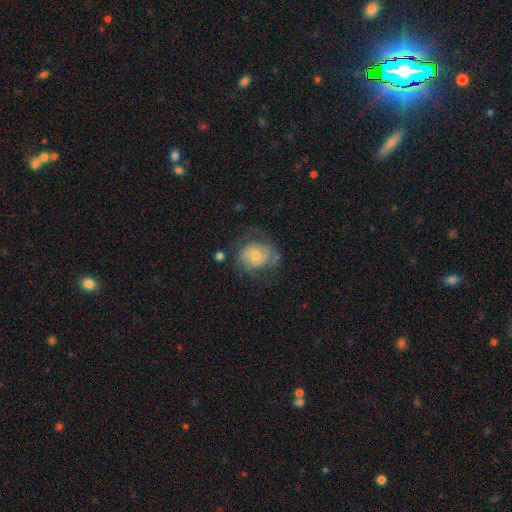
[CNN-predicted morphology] Q: Smooth or featured?
A: featured or disk (67%); runner-up: smooth (27%)
Q: Edge-on disk?
A: no (98%); runner-up: yes (2%)
Q: Bar?
A: no (70%); runner-up: weak (26%)
Q: Spiral arms?
A: yes (83%); runner-up: no (17%)
Q: Spiral winding?
A: tight (48%); runner-up: medium (36%)
Q: Spiral arm count?
A: 2 (54%); runner-up: can't tell (28%)
Q: Bulge size?
A: small (49%); runner-up: moderate (45%)
Q: Merging?
A: none (56%); runner-up: minor disturbance (23%)